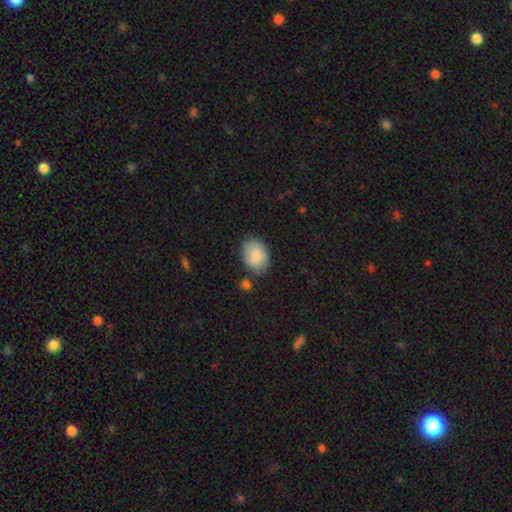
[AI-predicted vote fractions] smooth 84%, featured or disk 10%, star or artifact 6%. Down the decision tree: how rounded — in between (73%); merging — none (71%).